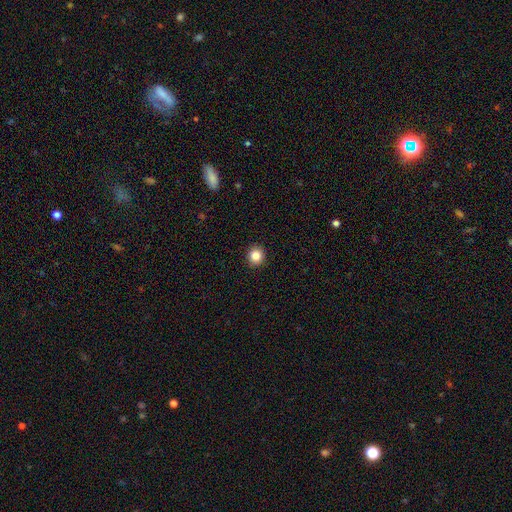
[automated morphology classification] A smooth galaxy with no disk features (84%) that is round (88%). Merging: none (93%).